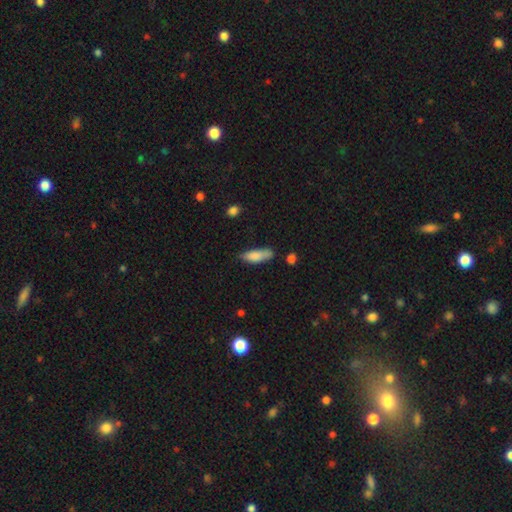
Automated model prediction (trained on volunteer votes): smooth-or-featured: smooth: 82% | featured or disk: 11% | star or artifact: 7%
  how-rounded: in between: 52% | cigar-shaped: 46% | round: 2%
  merging: none: 57% | minor disturbance: 30% | major disturbance: 7% | merger: 5%